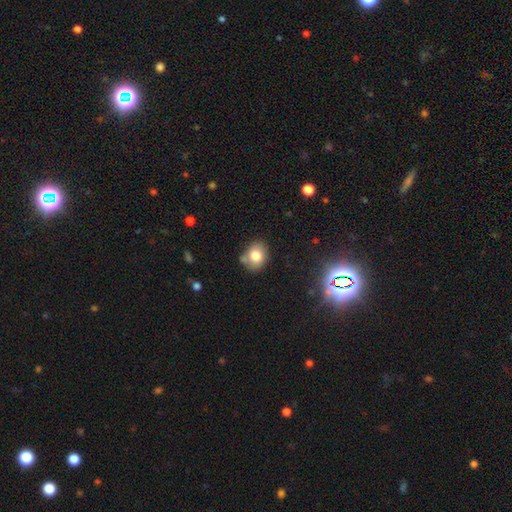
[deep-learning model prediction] Smooth or featured? Predicted: smooth (p=0.78). How rounded? Predicted: in between (p=0.50). Merging? Predicted: none (p=0.69).